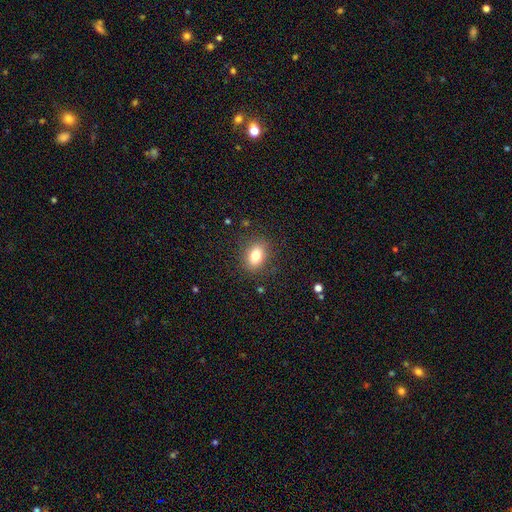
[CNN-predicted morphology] This is clearly a smooth galaxy (80%). How rounded: likely in between (77%). Merging: clearly none (84%).